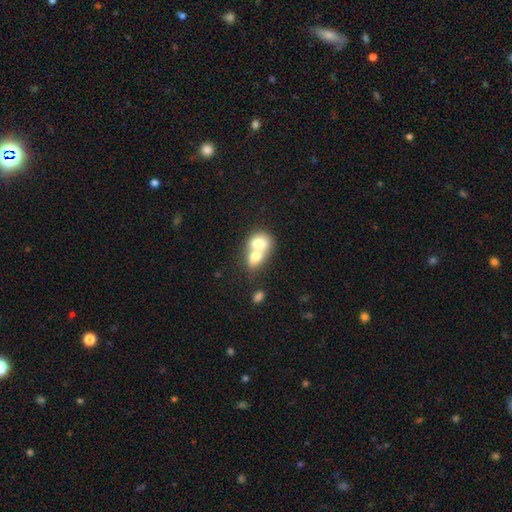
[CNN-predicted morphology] Smooth or featured?
  - smooth: 67% *
  - featured or disk: 24%
  - star or artifact: 9%
How rounded?
  - in between: 60% *
  - round: 38%
  - cigar-shaped: 2%
Merging?
  - merger: 75% *
  - none: 16%
  - minor disturbance: 5%
  - major disturbance: 3%